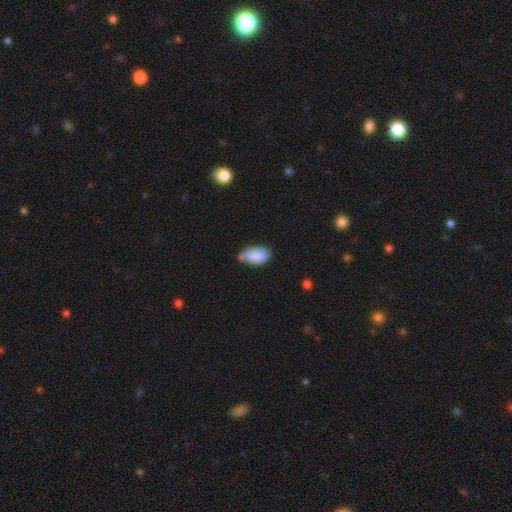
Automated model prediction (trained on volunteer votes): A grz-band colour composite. It shows a smooth galaxy with no disk features (84%) that is in between round and cigar-shaped (94%). Merging: minor disturbance (43%, tied with none).